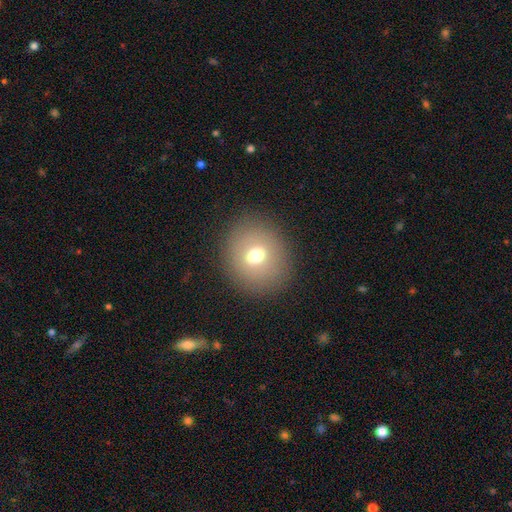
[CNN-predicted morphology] Smooth or featured: smooth — 68% (featured or disk — 19%)
How rounded: round — 81% (in between — 18%)
Merging: none — 88% (minor disturbance — 7%)